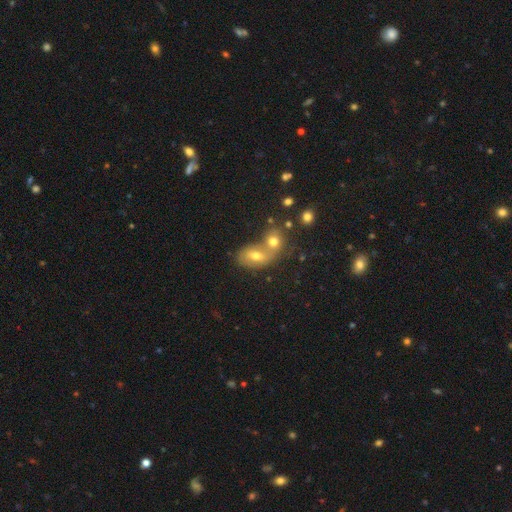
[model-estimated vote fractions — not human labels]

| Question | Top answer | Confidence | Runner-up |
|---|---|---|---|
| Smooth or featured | smooth | 62% | featured or disk (25%) |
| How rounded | in between | 77% | round (21%) |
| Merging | merger | 59% | none (29%) |